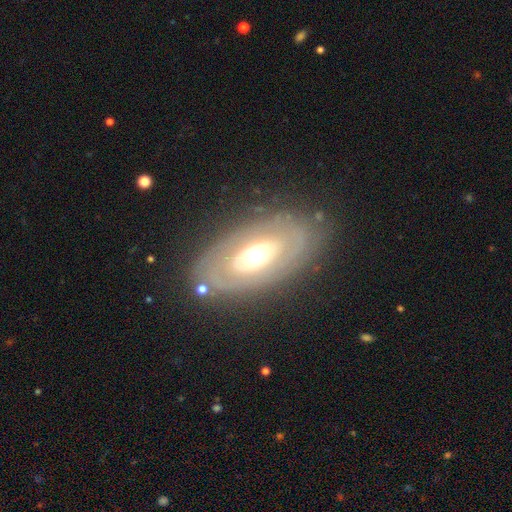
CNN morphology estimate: The model was most divided on "spiral arms": no: 68%, yes: 32%. More confident: edge-on disk — no (89%); bar — no (80%); merging — none (79%); smooth or featured — featured or disk (69%); bulge size — moderate (65%).